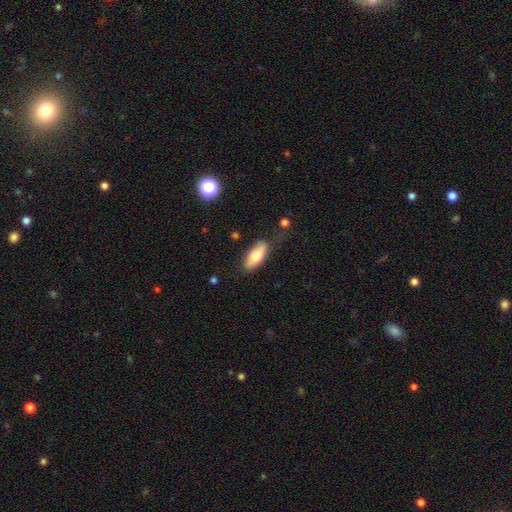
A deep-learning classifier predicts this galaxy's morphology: This is likely a smooth galaxy (71%). How rounded: likely in between (79%). Merging: likely none (75%).